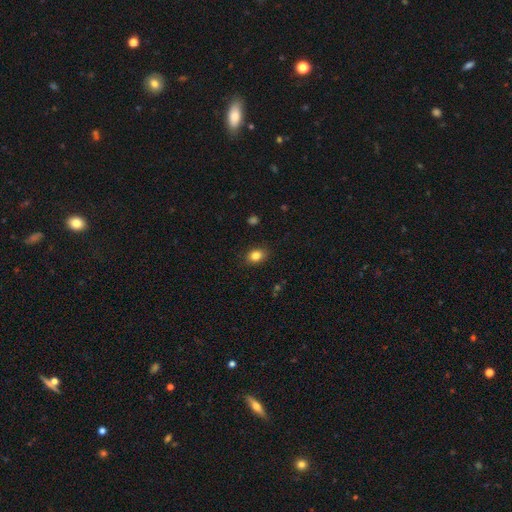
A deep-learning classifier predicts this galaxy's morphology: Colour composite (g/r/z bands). It shows a smooth galaxy with no disk features (84%) that is in between round and cigar-shaped (60%). Merging: none (87%).